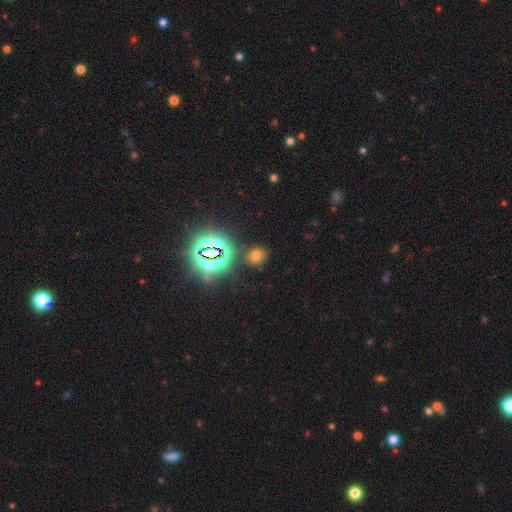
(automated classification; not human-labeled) This appears to be a smooth galaxy with no disk features (55%) that is round (67%). Merging: none (80%).